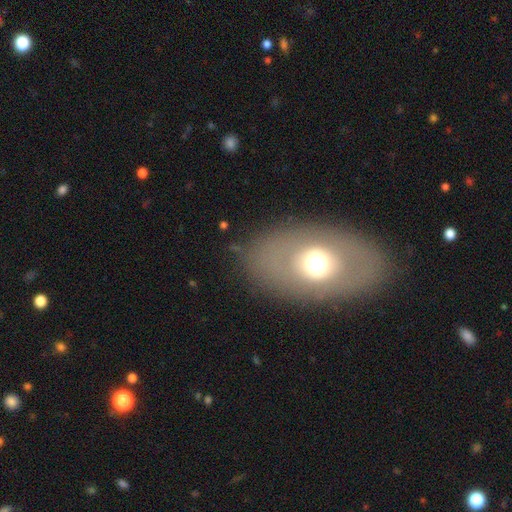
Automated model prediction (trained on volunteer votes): Overall: smooth (49%; featured or disk 41%). Merging: none (83%).